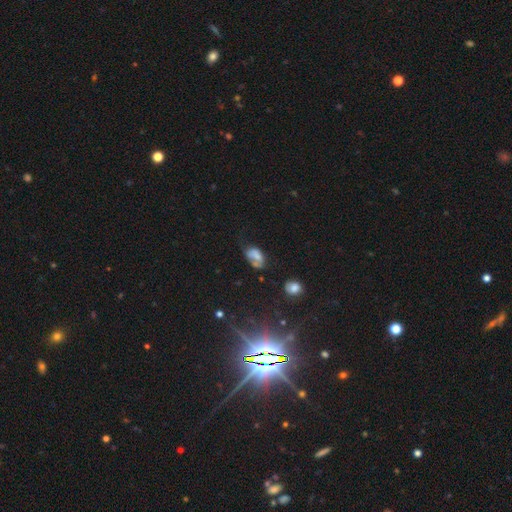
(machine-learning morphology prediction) smooth_or_featured: smooth (p=0.62) [alt: featured or disk p=0.25]
how_rounded: in between (p=0.87) [alt: round p=0.11]
merging: none (p=0.31) [alt: minor disturbance p=0.29]